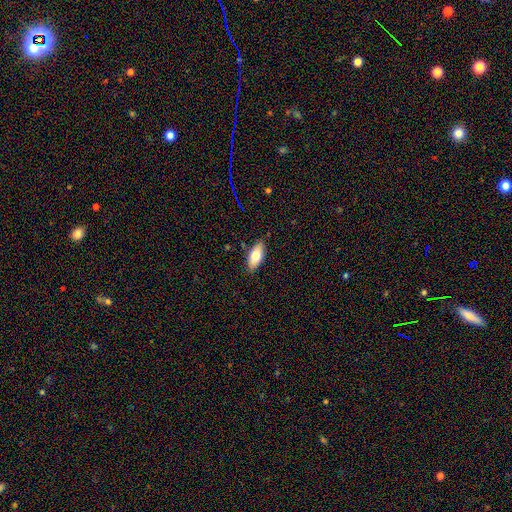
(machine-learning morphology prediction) smooth-or-featured: smooth: 74% | featured or disk: 18% | star or artifact: 7%
  how-rounded: in between: 87% | cigar-shaped: 10% | round: 2%
  merging: none: 86% | minor disturbance: 11% | major disturbance: 2% | merger: 1%